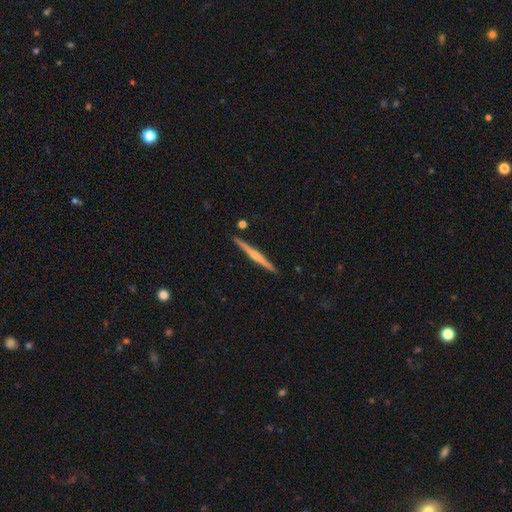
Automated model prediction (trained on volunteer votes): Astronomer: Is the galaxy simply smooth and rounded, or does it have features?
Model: featured or disk — 68%.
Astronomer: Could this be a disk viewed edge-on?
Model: yes — 98%.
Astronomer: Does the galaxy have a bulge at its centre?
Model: rounded — 68%.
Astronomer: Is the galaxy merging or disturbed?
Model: none — 90%.